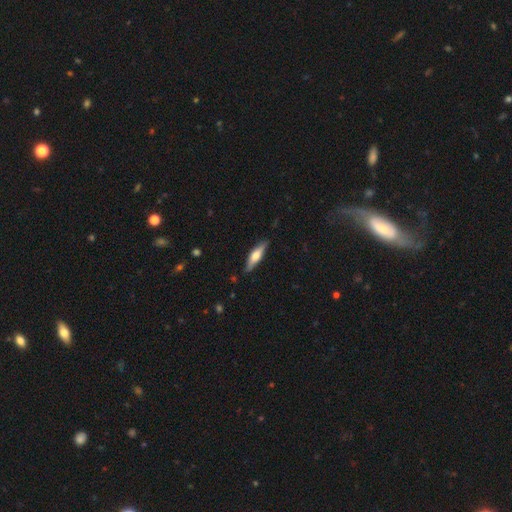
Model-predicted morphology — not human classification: smooth-or-featured: featured or disk: 50% | smooth: 45% | star or artifact: 6%
  merging: none: 87% | minor disturbance: 10% | major disturbance: 2% | merger: 1%